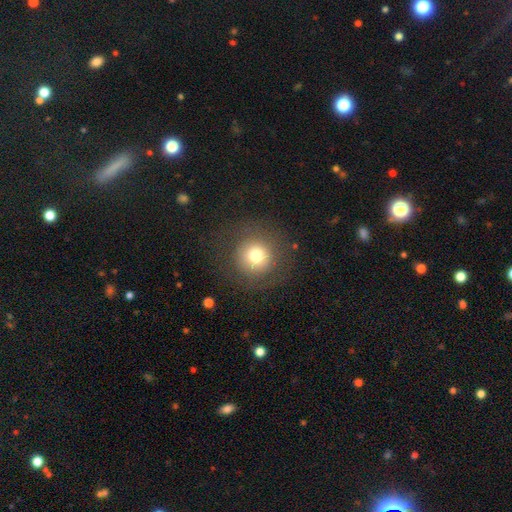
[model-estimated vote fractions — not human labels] Smooth or featured? Predicted: smooth (p=0.73). How rounded? Predicted: round (p=0.95). Merging? Predicted: none (p=0.82).